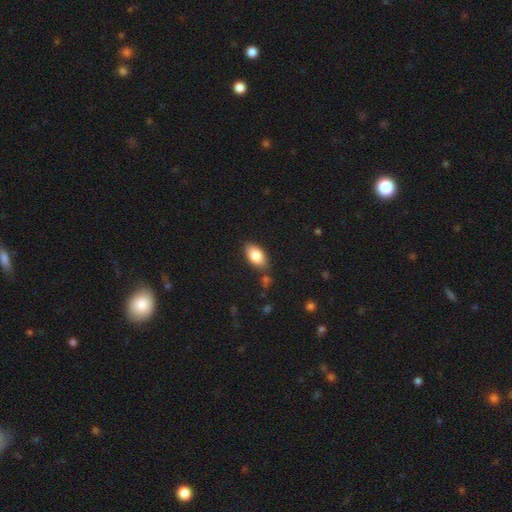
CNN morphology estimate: type=smooth (83%); roundness=in between (92%); merging=none (79%).